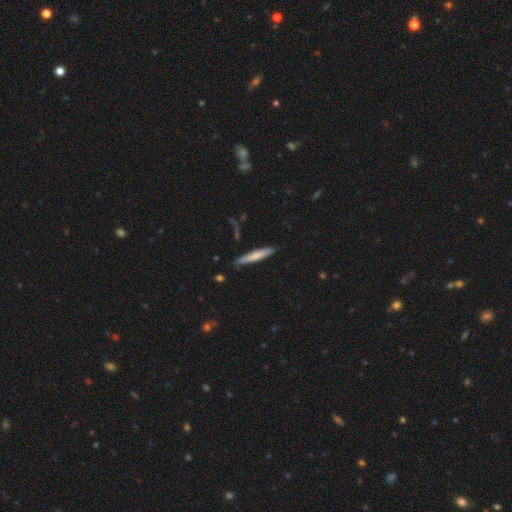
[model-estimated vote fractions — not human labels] Smooth or featured? Predicted: smooth (p=0.67). How rounded? Predicted: cigar-shaped (p=0.94). Merging? Predicted: none (p=0.86).